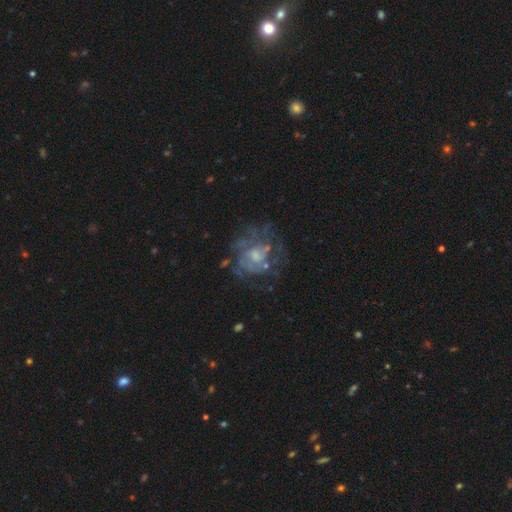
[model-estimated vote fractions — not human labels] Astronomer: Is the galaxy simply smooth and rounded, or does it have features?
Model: featured or disk — 73%.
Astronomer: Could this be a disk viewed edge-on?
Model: no — 98%.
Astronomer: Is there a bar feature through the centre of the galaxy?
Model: no — 73%.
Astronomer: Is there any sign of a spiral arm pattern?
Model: yes — 65%.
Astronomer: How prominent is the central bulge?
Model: moderate — 44% (runner-up: small, 38%).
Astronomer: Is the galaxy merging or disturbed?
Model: none — 59%.